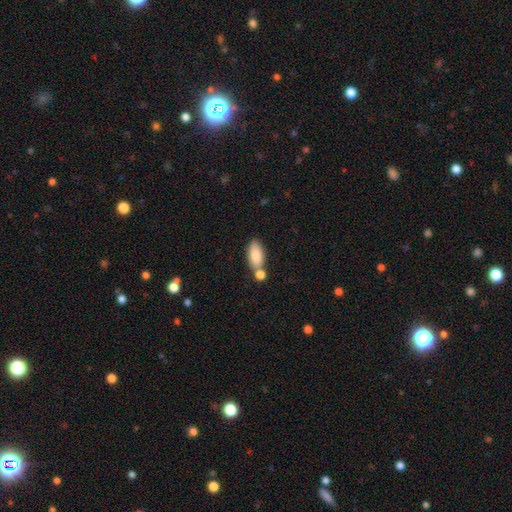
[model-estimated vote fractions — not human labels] A smooth galaxy with no disk features (85%) that is in between round and cigar-shaped (87%).

Vote fractions:
- Smooth or featured? smooth: 85% / featured or disk: 8% / star or artifact: 7%
- How rounded? in between: 87% / cigar-shaped: 10% / round: 3%
- Merging? none: 55% / merger: 28% / minor disturbance: 13% / major disturbance: 4%